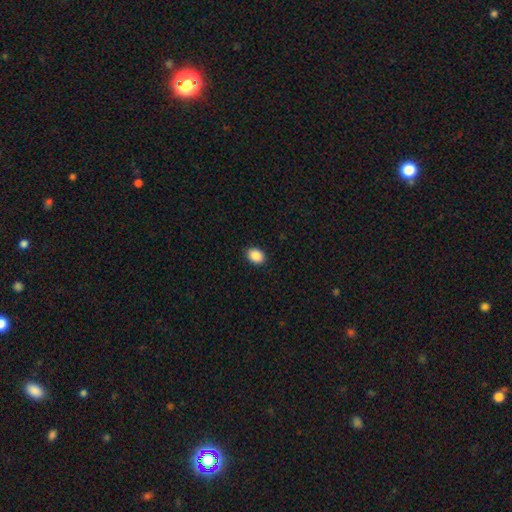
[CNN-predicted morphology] The model was most divided on "how rounded": in between: 66%, round: 33%, cigar-shaped: 1%. More confident: merging — none (91%); smooth or featured — smooth (90%).